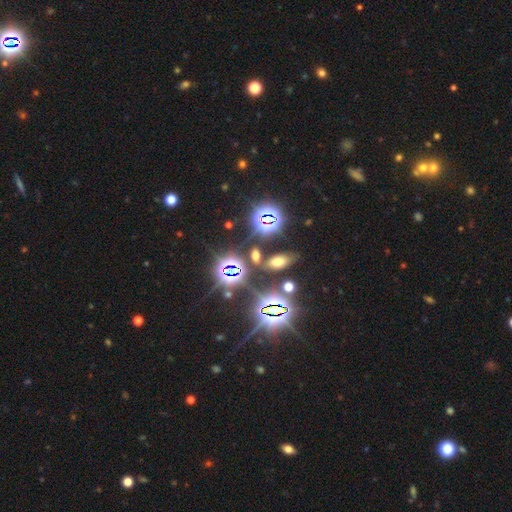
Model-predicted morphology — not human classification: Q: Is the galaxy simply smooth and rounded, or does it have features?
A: star or artifact — 59%.